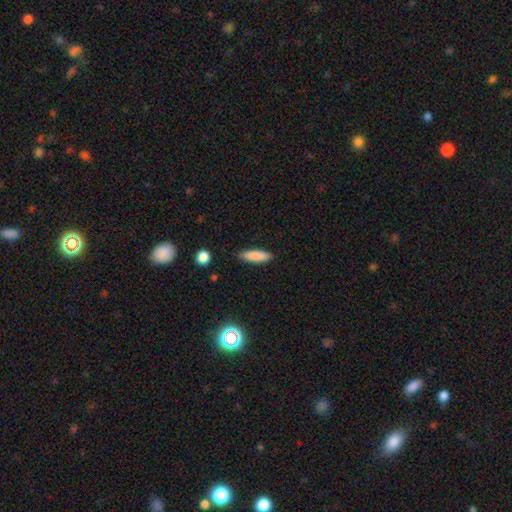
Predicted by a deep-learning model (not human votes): A smooth galaxy with no disk features (87%) that is cigar-shaped (59%).

Vote fractions:
- Smooth or featured? smooth: 87% / featured or disk: 7% / star or artifact: 7%
- How rounded? cigar-shaped: 59% / in between: 40% / round: 2%
- Merging? none: 87% / minor disturbance: 9% / major disturbance: 2% / merger: 1%